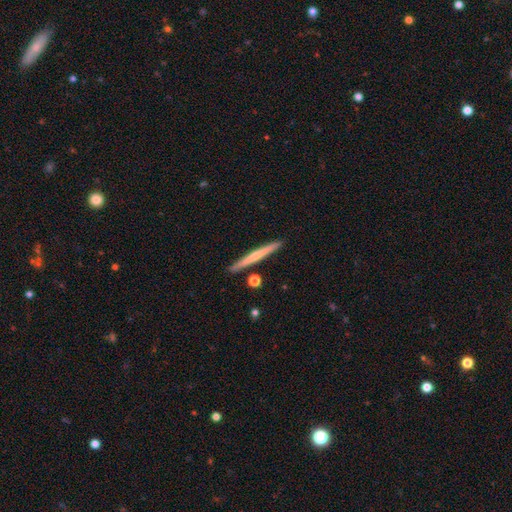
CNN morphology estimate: A smooth galaxy with no disk features (47%, tied with featured or disk). Merging: none (90%).